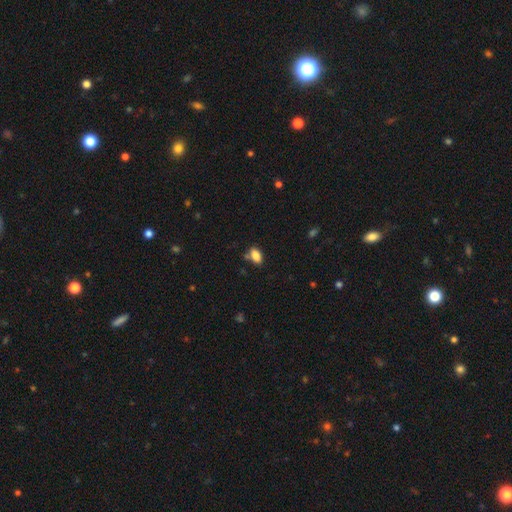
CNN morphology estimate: A smooth galaxy with no disk features (85%) that is in between round and cigar-shaped (90%). Merging: none (73%).